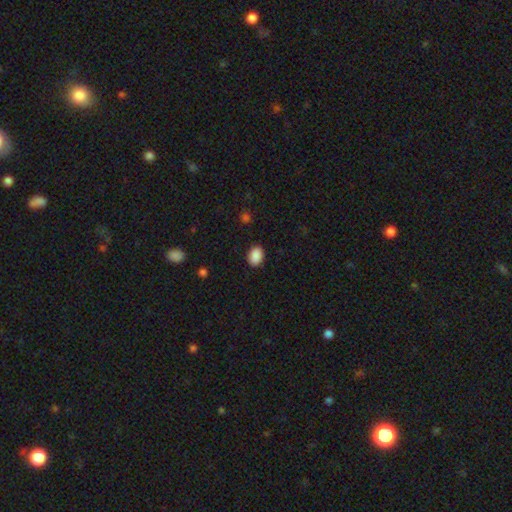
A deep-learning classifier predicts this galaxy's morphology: Smooth or featured?
  - smooth: 90% *
  - star or artifact: 8%
  - featured or disk: 3%
How rounded?
  - in between: 75% *
  - round: 24%
  - cigar-shaped: 1%
Merging?
  - none: 88% *
  - minor disturbance: 8%
  - major disturbance: 2%
  - merger: 1%